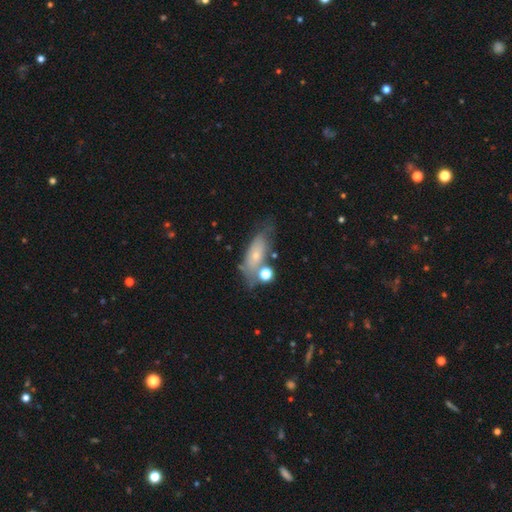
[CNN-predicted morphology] A smooth galaxy with no disk features (52%) that is in between round and cigar-shaped (71%). Merging: none (47%).